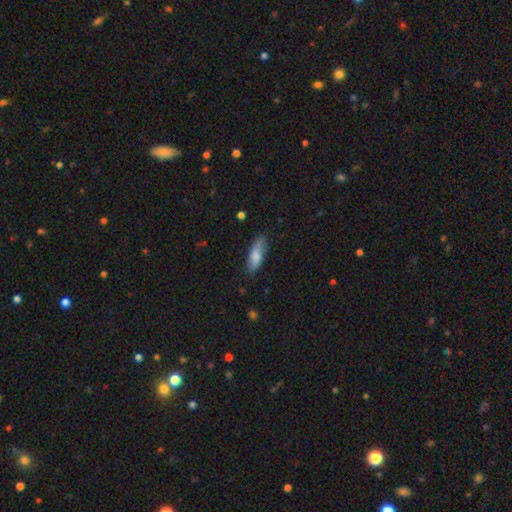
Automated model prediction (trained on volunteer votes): smooth-or-featured: smooth: 80% | featured or disk: 14% | star or artifact: 6%
  how-rounded: in between: 57% | cigar-shaped: 41% | round: 2%
  merging: none: 75% | minor disturbance: 20% | major disturbance: 4% | merger: 2%